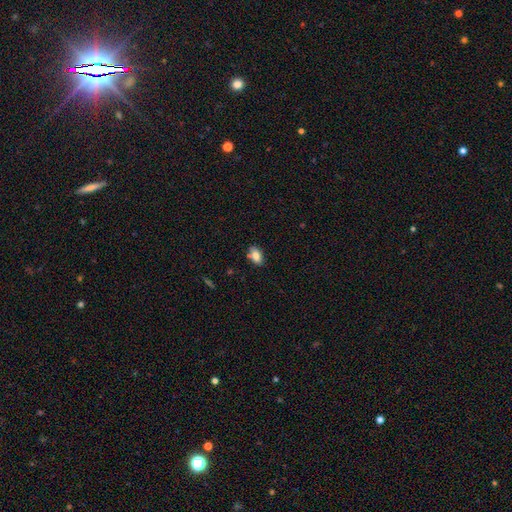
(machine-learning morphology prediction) smooth 81%, featured or disk 10%, star or artifact 9%. Down the decision tree: how rounded — in between (87%); merging — none (69%).